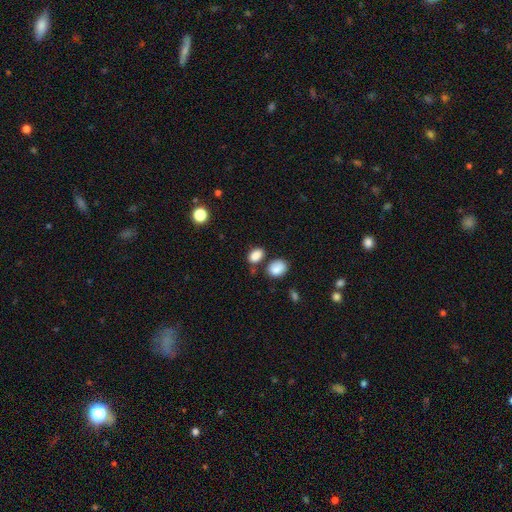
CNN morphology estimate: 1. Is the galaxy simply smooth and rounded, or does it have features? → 86% smooth, 10% star or artifact, 4% featured or disk.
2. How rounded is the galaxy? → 79% in between, 20% round, 1% cigar-shaped.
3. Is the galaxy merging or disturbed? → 66% none, 16% merger, 15% minor disturbance, 4% major disturbance.